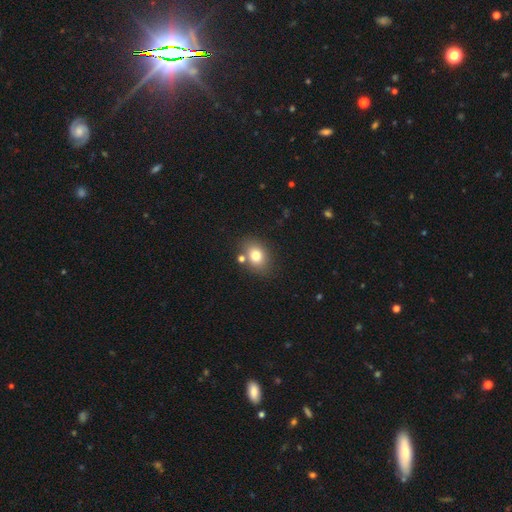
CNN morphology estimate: smooth-or-featured: smooth: 77% | featured or disk: 12% | star or artifact: 11%
  how-rounded: in between: 60% | round: 39% | cigar-shaped: 1%
  merging: none: 73% | minor disturbance: 12% | merger: 12% | major disturbance: 4%